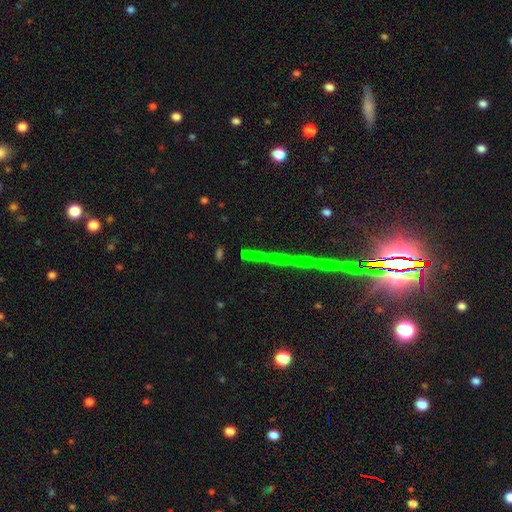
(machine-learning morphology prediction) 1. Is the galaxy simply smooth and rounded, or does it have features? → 63% star or artifact, 22% featured or disk, 15% smooth.